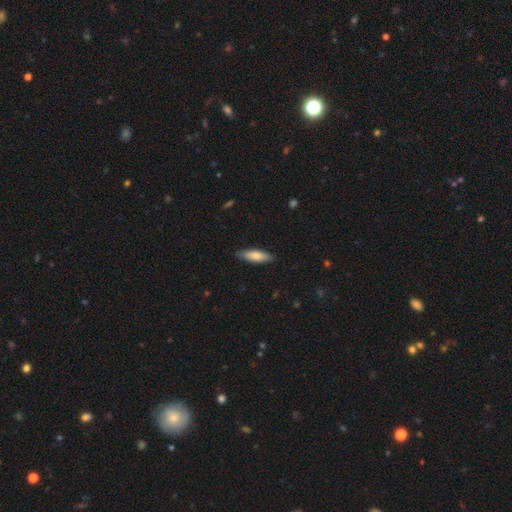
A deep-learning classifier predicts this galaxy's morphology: Overall: smooth (79%). How rounded: cigar-shaped (57%; in between 41%). Merging: none (85%).